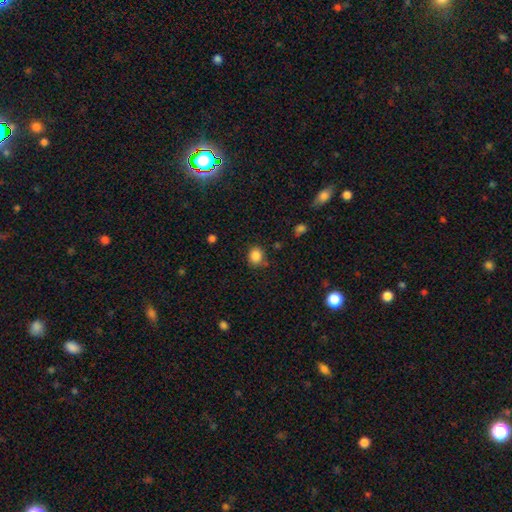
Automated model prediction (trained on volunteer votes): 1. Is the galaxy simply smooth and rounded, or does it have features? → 86% smooth, 11% star or artifact, 4% featured or disk.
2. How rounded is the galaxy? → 67% round, 33% in between, 1% cigar-shaped.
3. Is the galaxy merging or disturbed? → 79% none, 13% minor disturbance, 4% merger, 4% major disturbance.